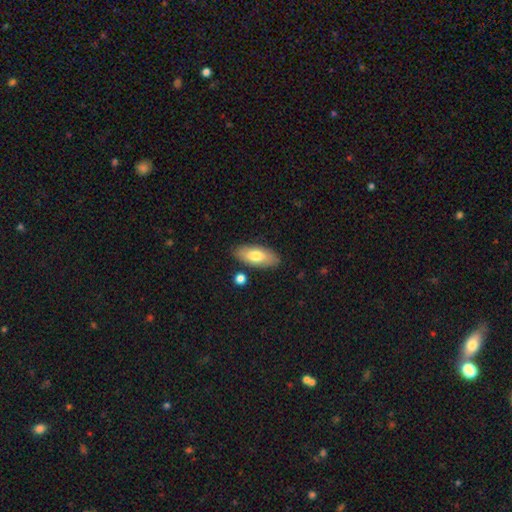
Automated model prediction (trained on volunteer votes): Smooth or featured? Predicted: smooth (p=0.74). How rounded? Predicted: in between (p=0.84). Merging? Predicted: none (p=0.83).